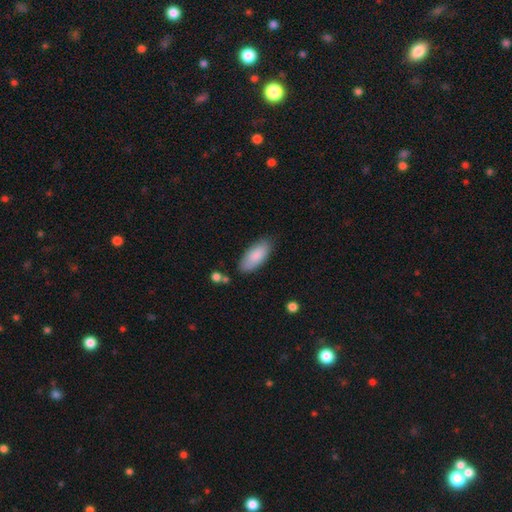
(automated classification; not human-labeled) A smooth galaxy with no disk features (86%) that is in between round and cigar-shaped (83%).

Vote fractions:
- Smooth or featured? smooth: 86% / featured or disk: 8% / star or artifact: 6%
- How rounded? in between: 83% / cigar-shaped: 15% / round: 2%
- Merging? none: 79% / minor disturbance: 15% / major disturbance: 3% / merger: 3%